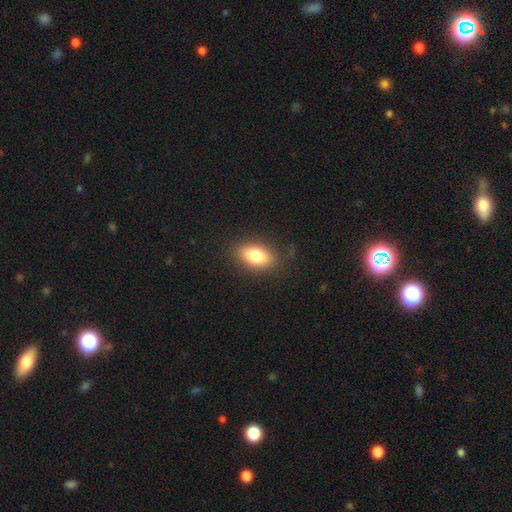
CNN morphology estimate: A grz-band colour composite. It shows a smooth galaxy with no disk features (81%) that is in between round and cigar-shaped (87%). Merging: none (83%).